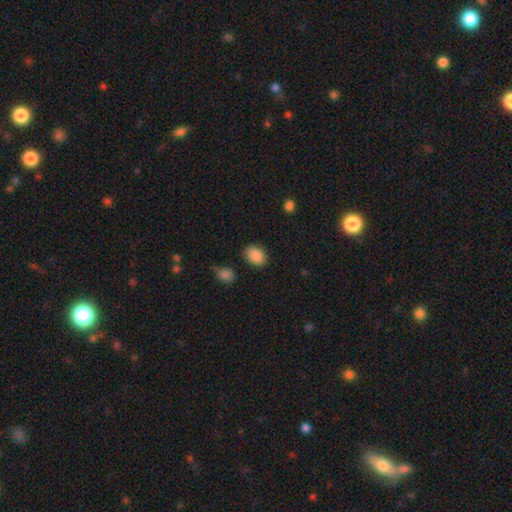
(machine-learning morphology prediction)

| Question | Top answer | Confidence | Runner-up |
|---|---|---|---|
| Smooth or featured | smooth | 88% | star or artifact (8%) |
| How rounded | in between | 65% | round (34%) |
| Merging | none | 82% | minor disturbance (12%) |